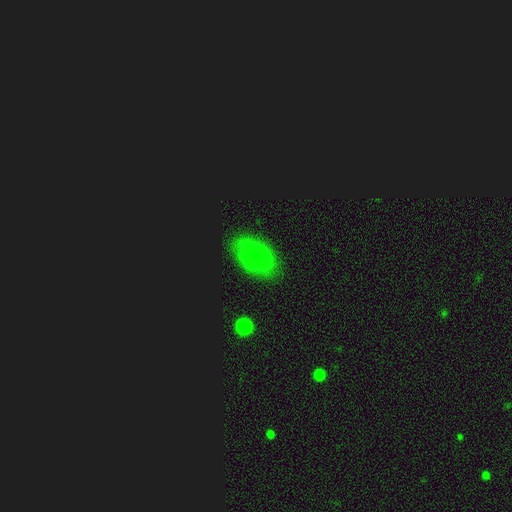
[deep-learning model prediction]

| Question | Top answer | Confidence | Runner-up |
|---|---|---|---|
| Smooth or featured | smooth | 57% | featured or disk (26%) |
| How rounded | in between | 89% | round (8%) |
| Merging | none | 79% | minor disturbance (16%) |